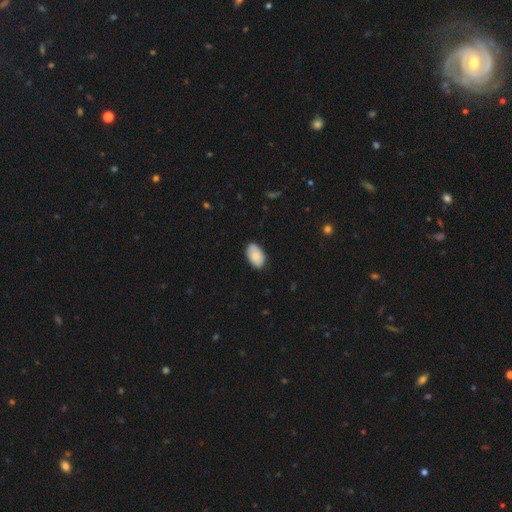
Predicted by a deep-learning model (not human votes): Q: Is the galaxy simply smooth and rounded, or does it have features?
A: smooth — 84%.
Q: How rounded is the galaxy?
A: in between — 93%.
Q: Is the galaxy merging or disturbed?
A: none — 83%.